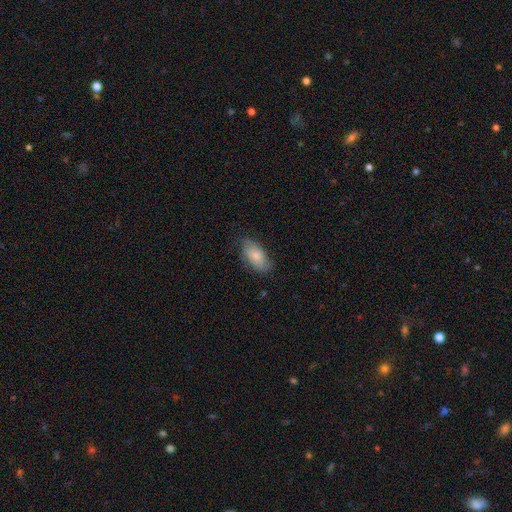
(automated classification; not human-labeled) smooth 59%, featured or disk 34%, star or artifact 7%. Down the decision tree: how rounded — in between (92%); merging — none (68%).